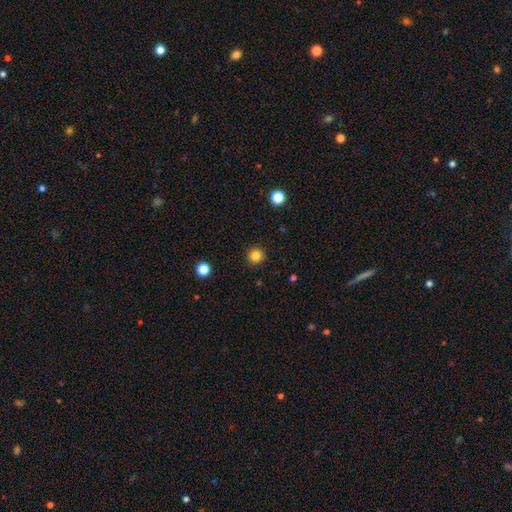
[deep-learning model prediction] The model was most divided on "smooth or featured": smooth: 82%, star or artifact: 13%, featured or disk: 5%. More confident: how rounded — round (95%); merging — none (92%).